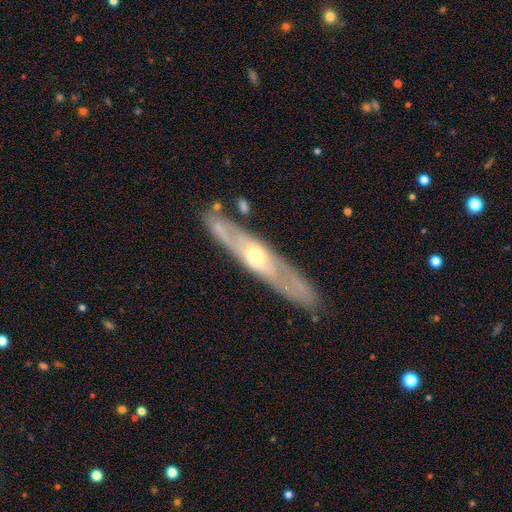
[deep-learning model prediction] Q: Smooth or featured?
A: featured or disk (73%); runner-up: smooth (22%)
Q: Edge-on disk?
A: no (52%); runner-up: yes (48%)
Q: Merging?
A: none (81%); runner-up: minor disturbance (12%)